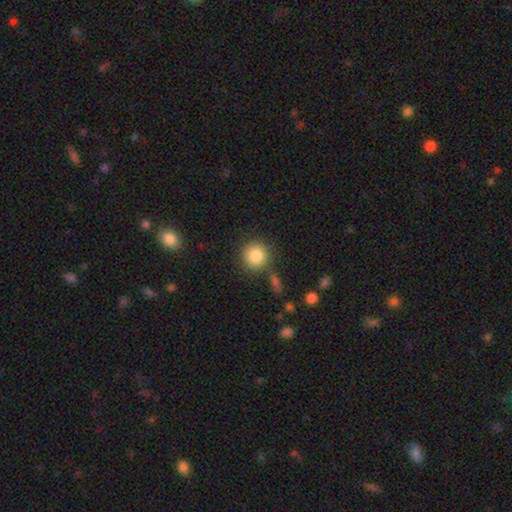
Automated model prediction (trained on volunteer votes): This is clearly a smooth galaxy (86%). How rounded: clearly round (92%). Merging: clearly none (81%).